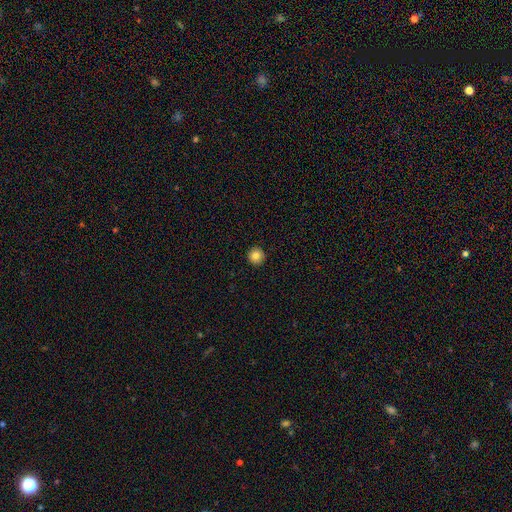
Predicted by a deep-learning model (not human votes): smooth_or_featured: smooth (p=0.83) [alt: star or artifact p=0.10]
how_rounded: round (p=0.96) [alt: in between p=0.03]
merging: none (p=0.93) [alt: minor disturbance p=0.05]